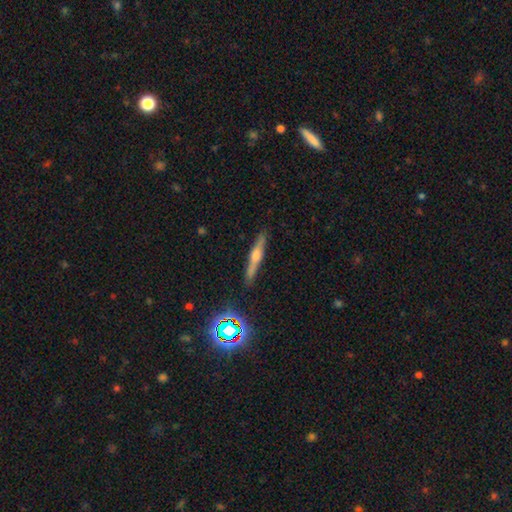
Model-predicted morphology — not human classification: Overall: featured or disk (63%; smooth 26%). Edge-on disk: yes (97%). Edge-on bulge: rounded (83%). Merging: none (88%).